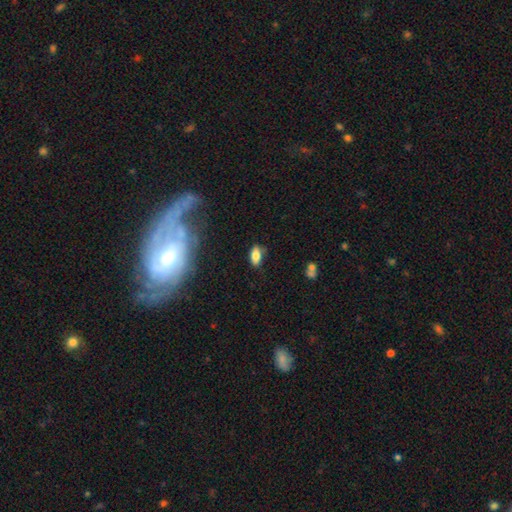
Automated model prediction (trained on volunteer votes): This is clearly a smooth galaxy (81%). How rounded: clearly in between (91%). Merging: likely none (74%).